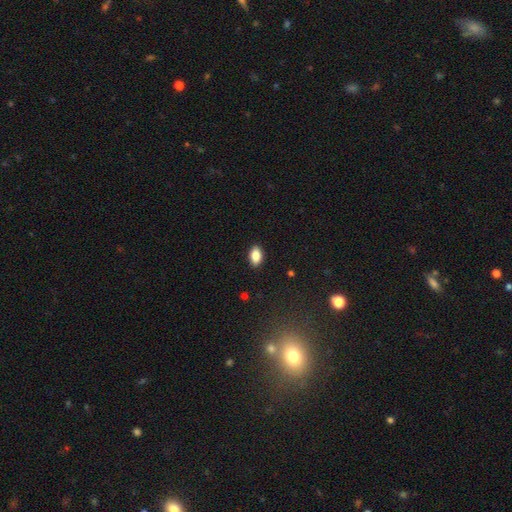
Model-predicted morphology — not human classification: This is clearly a smooth galaxy (86%). How rounded: clearly in between (91%). Merging: clearly none (89%).